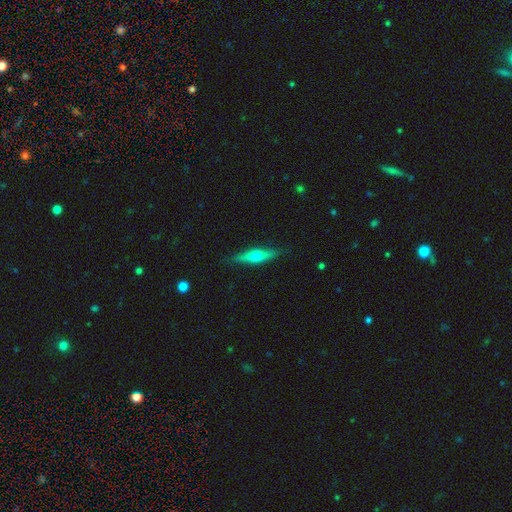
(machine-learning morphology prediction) smooth_or_featured: featured or disk (p=0.61) [alt: smooth p=0.33]
disk_edge_on: yes (p=0.96) [alt: no p=0.04]
edge_on_bulge: rounded (p=0.93) [alt: none p=0.04]
merging: none (p=0.88) [alt: minor disturbance p=0.09]